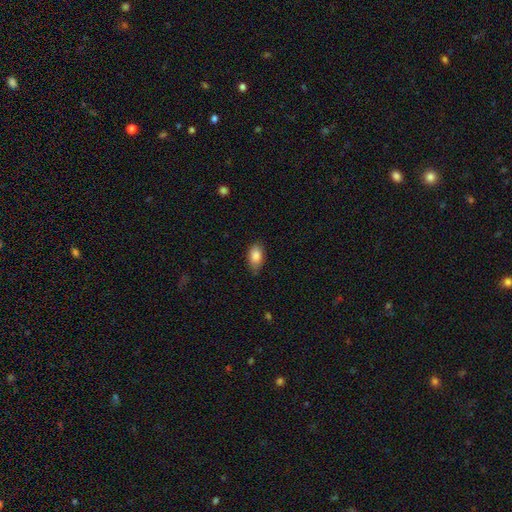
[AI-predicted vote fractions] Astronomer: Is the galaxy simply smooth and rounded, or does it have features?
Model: smooth — 86%.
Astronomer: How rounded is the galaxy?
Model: in between — 91%.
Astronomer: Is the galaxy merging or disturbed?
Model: none — 75%.